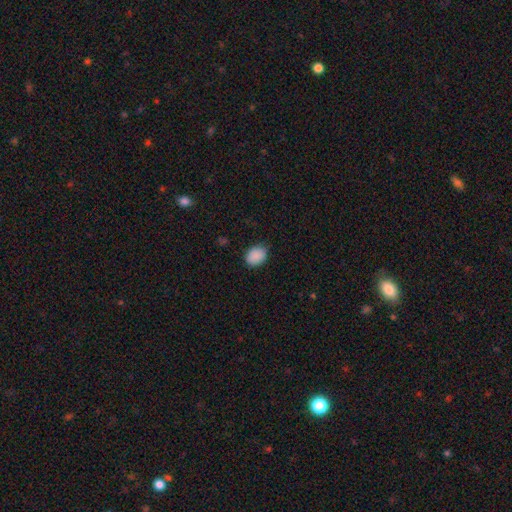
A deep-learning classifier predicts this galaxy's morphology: A smooth galaxy with no disk features (89%) that is in between round and cigar-shaped (63%). Merging: none (83%).